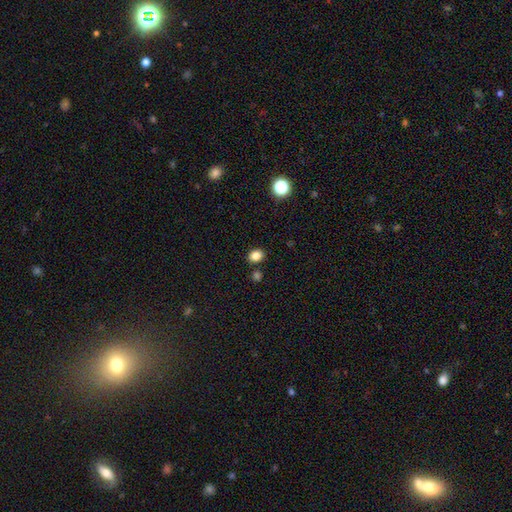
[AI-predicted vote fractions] Smooth or featured?
  - smooth: 84% *
  - star or artifact: 12%
  - featured or disk: 4%
How rounded?
  - in between: 55% *
  - round: 44%
  - cigar-shaped: 1%
Merging?
  - none: 83% *
  - minor disturbance: 9%
  - merger: 6%
  - major disturbance: 2%